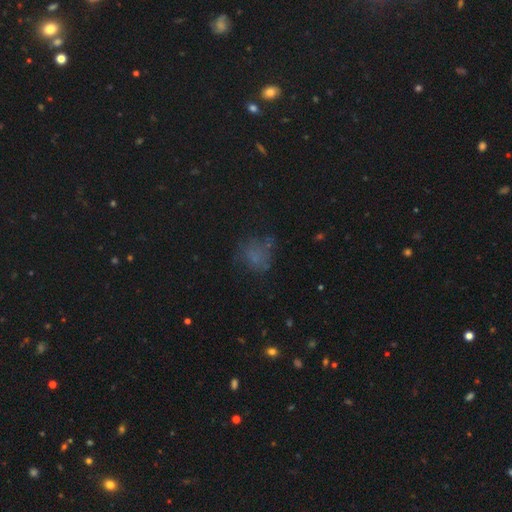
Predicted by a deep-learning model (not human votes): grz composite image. It shows a smooth galaxy with no disk features (54%) that is round (62%). Merging: none (52%).